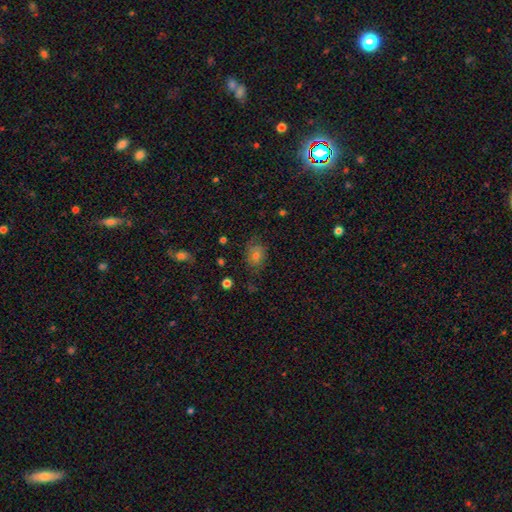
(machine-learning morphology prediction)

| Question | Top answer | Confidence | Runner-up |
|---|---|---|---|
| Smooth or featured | smooth | 58% | star or artifact (23%) |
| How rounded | in between | 58% | round (41%) |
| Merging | none | 70% | minor disturbance (21%) |